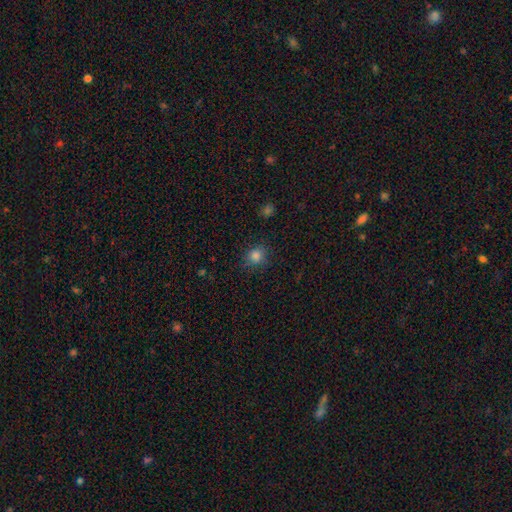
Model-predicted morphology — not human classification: smooth 82%, star or artifact 13%, featured or disk 5%. Down the decision tree: how rounded — round (82%); merging — none (82%).